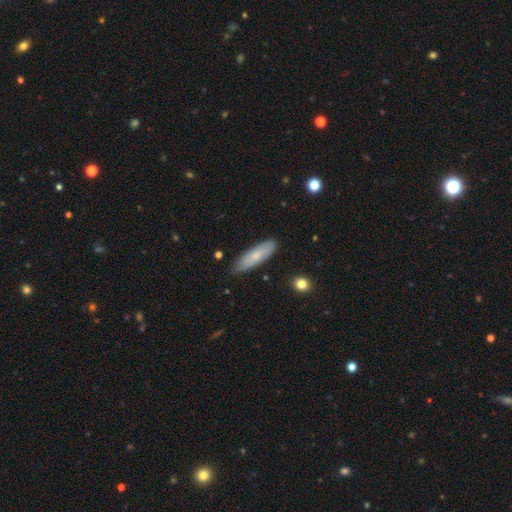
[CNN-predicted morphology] Smooth or featured?
  - smooth: 67% *
  - featured or disk: 27%
  - star or artifact: 6%
How rounded?
  - cigar-shaped: 60% *
  - in between: 38%
  - round: 2%
Merging?
  - none: 81% *
  - minor disturbance: 15%
  - major disturbance: 2%
  - merger: 1%